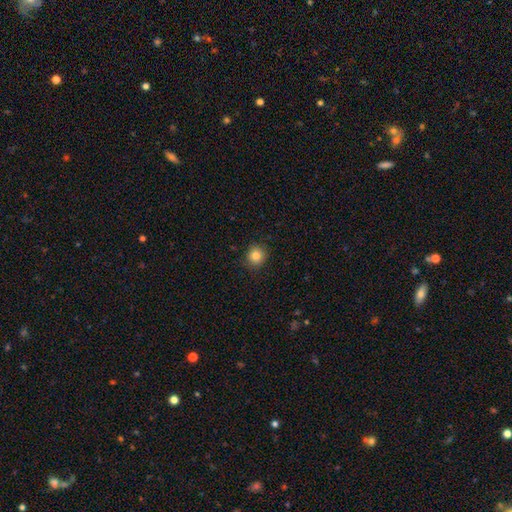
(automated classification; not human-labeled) Smooth or featured? Predicted: smooth (p=0.84). How rounded? Predicted: round (p=0.88). Merging? Predicted: none (p=0.89).